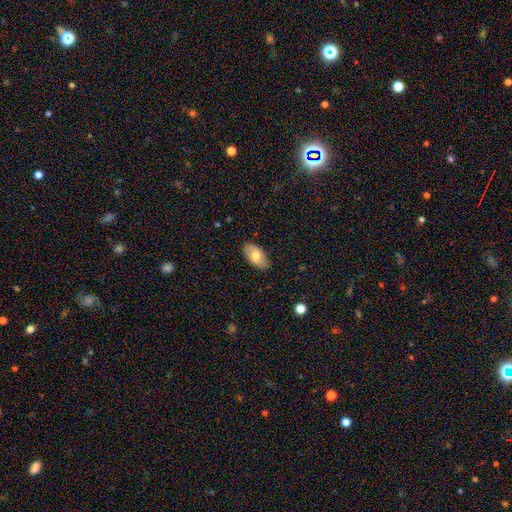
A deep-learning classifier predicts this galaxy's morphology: Smooth or featured? Predicted: smooth (p=0.70). How rounded? Predicted: in between (p=0.95). Merging? Predicted: none (p=0.85).